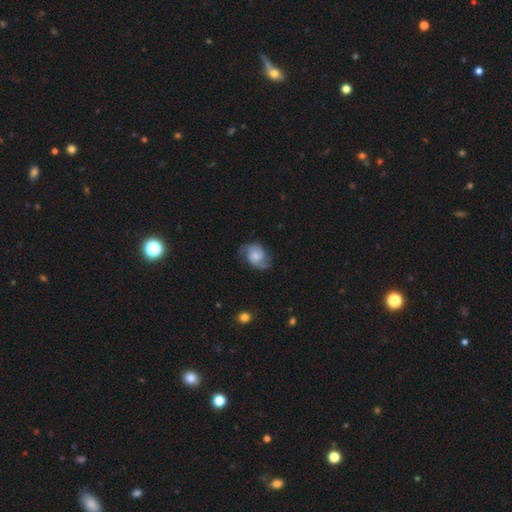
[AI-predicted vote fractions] Overall: featured or disk (66%; smooth 27%). Edge-on disk: no (97%). Bar: no (63%; weak 32%). Spiral arms: yes (93%). Spiral arm count: 2 (86%). Spiral winding: medium (46%; loose 30%). Bulge size: small (39%; moderate 35%). Merging: none (67%).